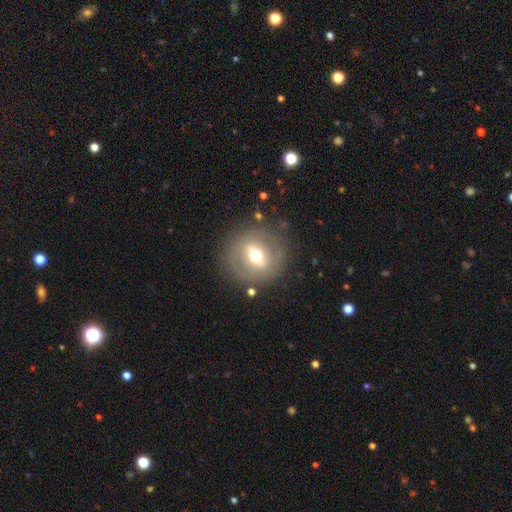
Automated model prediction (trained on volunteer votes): This is possibly a featured or disk galaxy (48%). Merging: clearly none (82%).